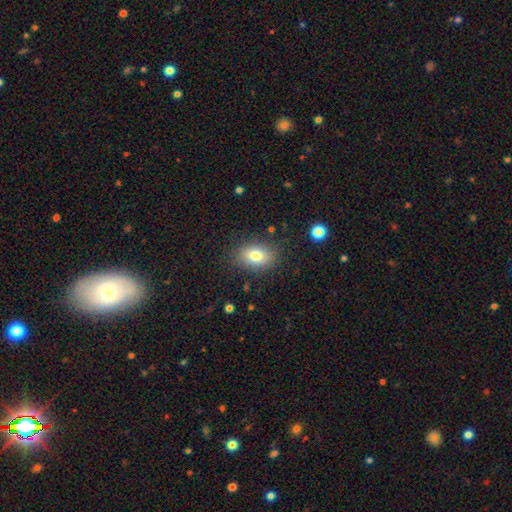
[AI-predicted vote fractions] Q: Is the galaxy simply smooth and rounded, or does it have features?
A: smooth — 77%.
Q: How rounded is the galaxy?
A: in between — 74%.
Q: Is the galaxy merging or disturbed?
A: none — 85%.